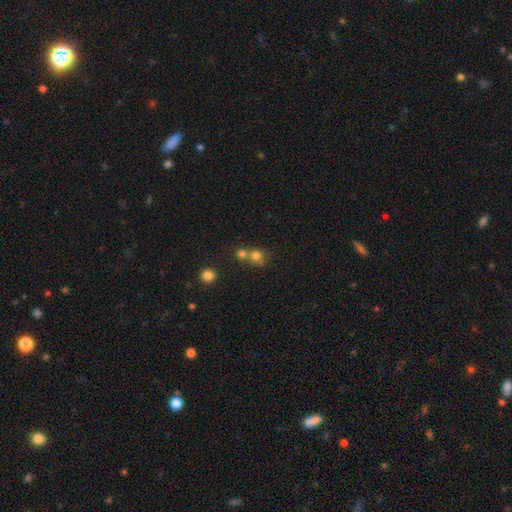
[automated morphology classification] Q: Smooth or featured?
A: smooth (74%); runner-up: star or artifact (15%)
Q: How rounded?
A: round (82%); runner-up: in between (16%)
Q: Merging?
A: merger (51%); runner-up: none (39%)